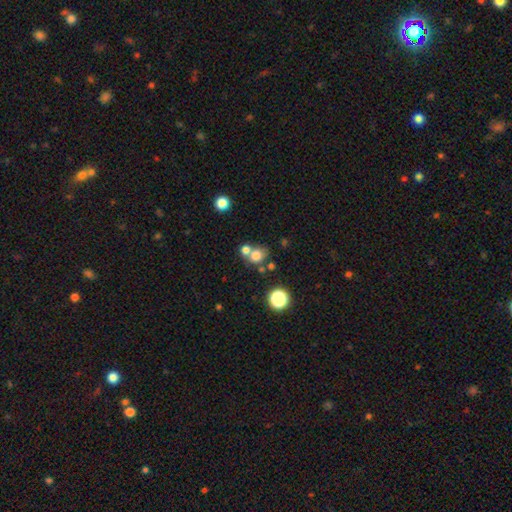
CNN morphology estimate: Smooth or featured? Predicted: smooth (p=0.75). How rounded? Predicted: round (p=0.68). Merging? Predicted: none (p=0.44).